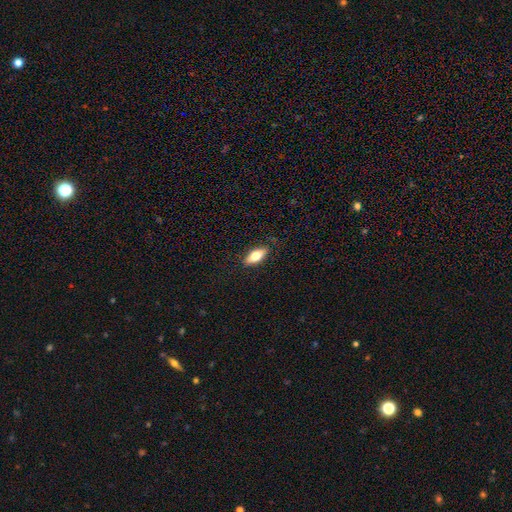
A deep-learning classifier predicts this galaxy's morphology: The model was most divided on "smooth or featured": smooth: 66%, featured or disk: 27%, star or artifact: 7%. More confident: merging — none (86%); how rounded — in between (74%).